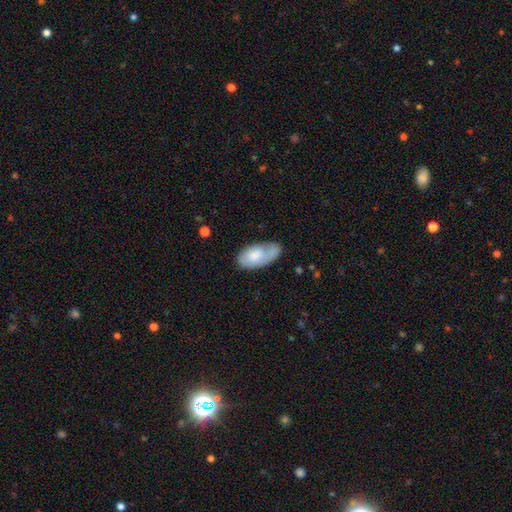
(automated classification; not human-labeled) smooth 68%, featured or disk 27%, star or artifact 6%. Down the decision tree: how rounded — in between (94%); merging — none (53%).